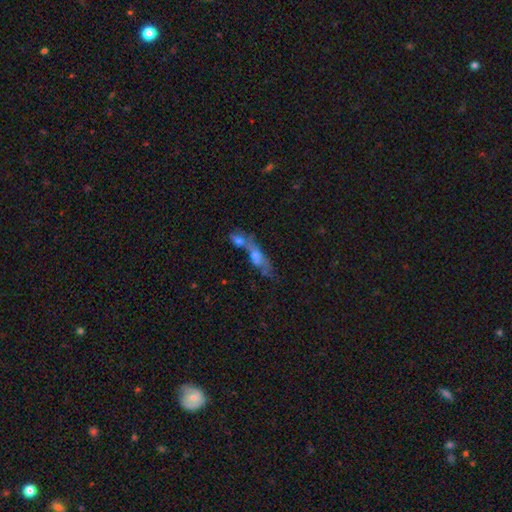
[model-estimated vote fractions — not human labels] Smooth or featured? Predicted: featured or disk (p=0.46). Merging? Predicted: merger (p=0.46).